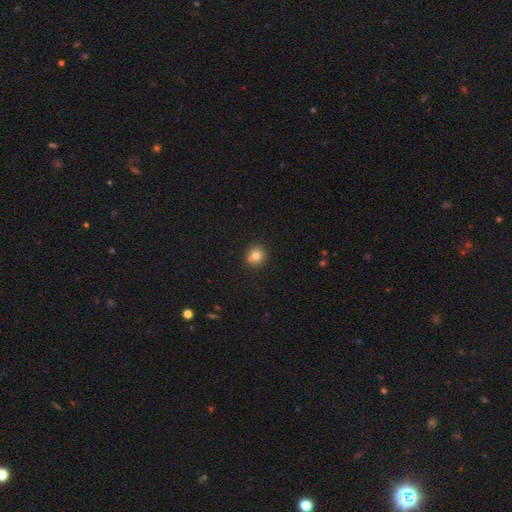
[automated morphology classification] Q: Smooth or featured?
A: smooth (79%); runner-up: star or artifact (12%)
Q: How rounded?
A: round (88%); runner-up: in between (11%)
Q: Merging?
A: none (88%); runner-up: minor disturbance (8%)